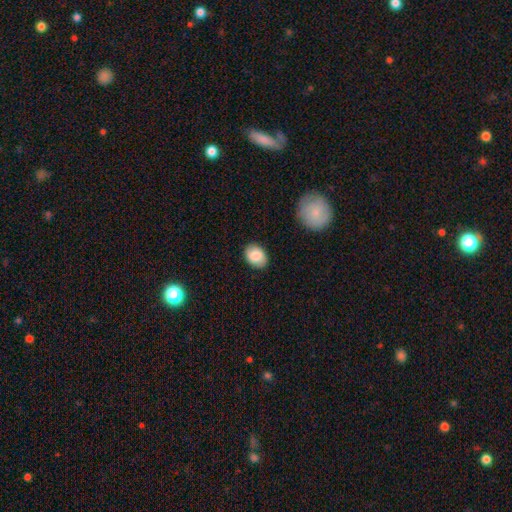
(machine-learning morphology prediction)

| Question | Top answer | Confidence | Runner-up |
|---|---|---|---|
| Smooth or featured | smooth | 84% | featured or disk (9%) |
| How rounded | in between | 76% | round (22%) |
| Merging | none | 87% | minor disturbance (10%) |